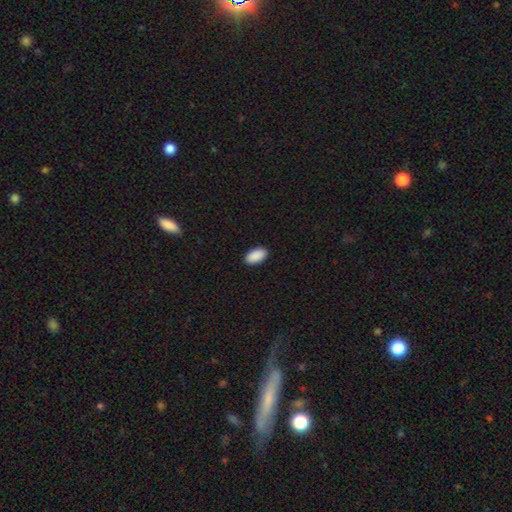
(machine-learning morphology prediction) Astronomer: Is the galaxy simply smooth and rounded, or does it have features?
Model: smooth — 92%.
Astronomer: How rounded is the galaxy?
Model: in between — 96%.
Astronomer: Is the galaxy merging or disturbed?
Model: none — 91%.